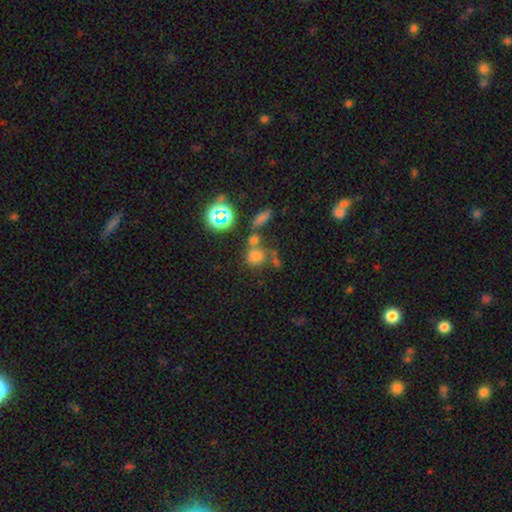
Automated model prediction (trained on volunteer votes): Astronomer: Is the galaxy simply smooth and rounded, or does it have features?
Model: smooth — 64%.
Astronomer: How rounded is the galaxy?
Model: round — 71%.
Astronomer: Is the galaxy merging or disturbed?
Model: none — 47% (runner-up: merger, 33%).